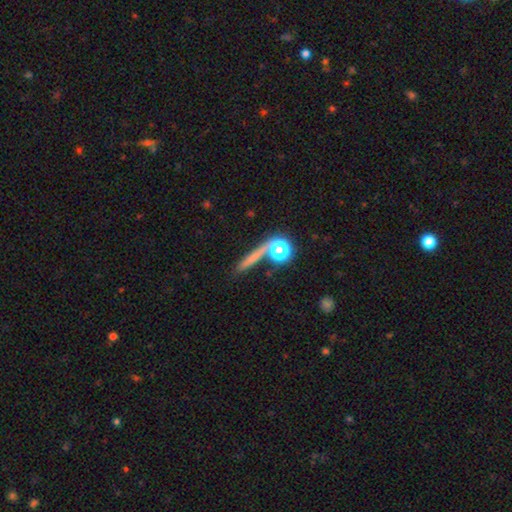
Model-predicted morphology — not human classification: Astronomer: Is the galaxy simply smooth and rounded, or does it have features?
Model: smooth — 57%.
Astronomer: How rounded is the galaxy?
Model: cigar-shaped — 61%.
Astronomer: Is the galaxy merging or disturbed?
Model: none — 66%.